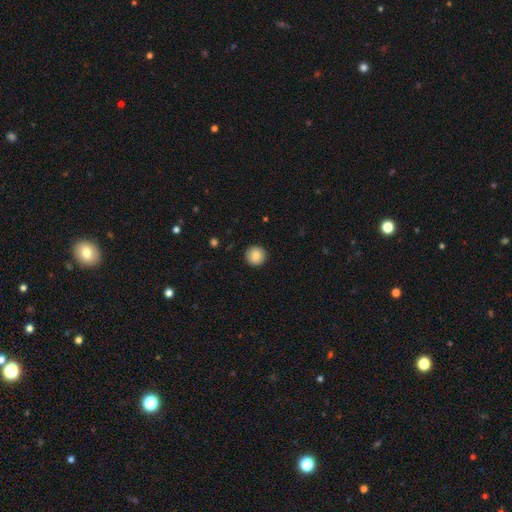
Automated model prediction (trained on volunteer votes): Morphology: type=smooth (87%); roundness=round (96%); merging=none (92%).